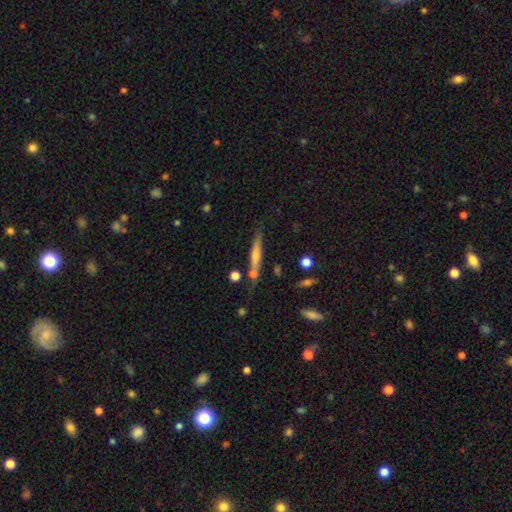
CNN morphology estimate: Smooth or featured: smooth — 51% (featured or disk — 42%)
How rounded: cigar-shaped — 90% (in between — 8%)
Merging: none — 68% (minor disturbance — 16%)